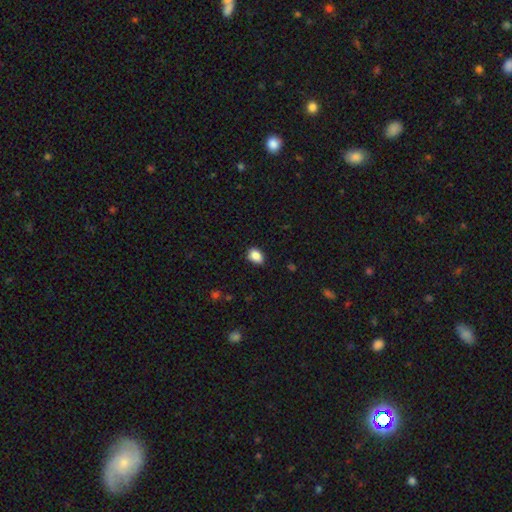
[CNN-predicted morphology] This is clearly a smooth galaxy (87%). How rounded: clearly in between (83%). Merging: clearly none (84%).